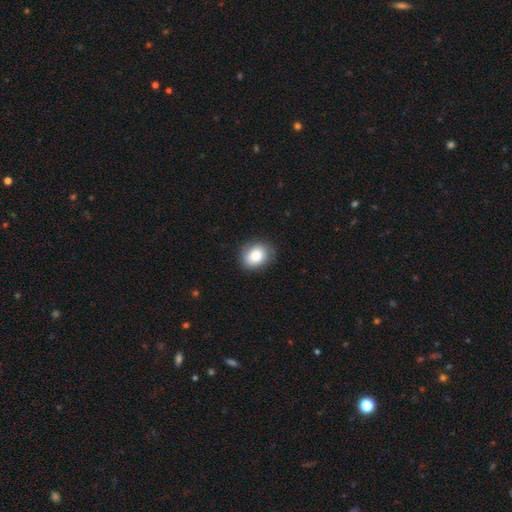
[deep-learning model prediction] The model was most divided on "how rounded": in between: 55%, round: 44%, cigar-shaped: 1%. More confident: smooth or featured — smooth (83%); merging — none (82%).